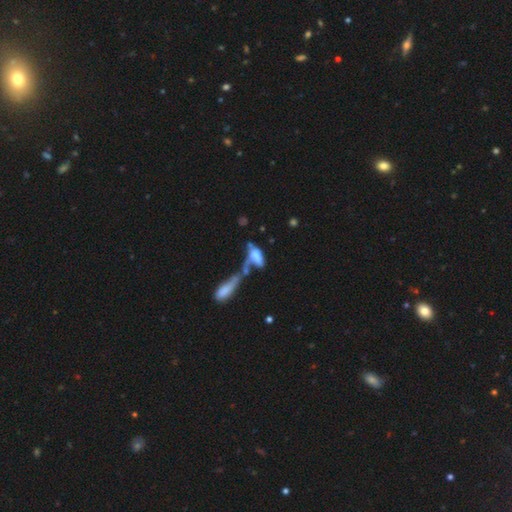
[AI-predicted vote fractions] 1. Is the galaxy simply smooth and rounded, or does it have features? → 60% smooth, 30% featured or disk, 10% star or artifact.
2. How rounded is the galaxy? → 73% in between, 23% cigar-shaped, 4% round.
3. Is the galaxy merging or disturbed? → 63% merger, 16% major disturbance, 13% none, 8% minor disturbance.